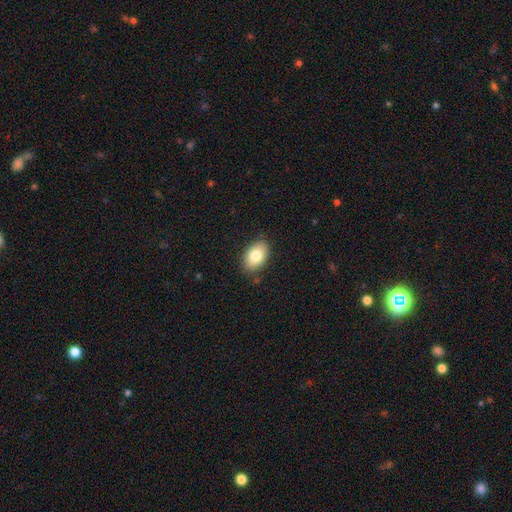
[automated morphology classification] Smooth or featured: smooth — 82% (featured or disk — 11%)
How rounded: in between — 90% (round — 9%)
Merging: none — 85% (minor disturbance — 12%)